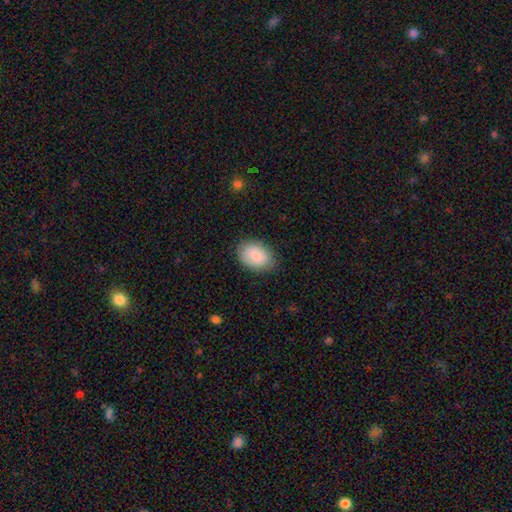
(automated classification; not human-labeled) Overall: smooth (83%). How rounded: in between (82%). Merging: none (82%).